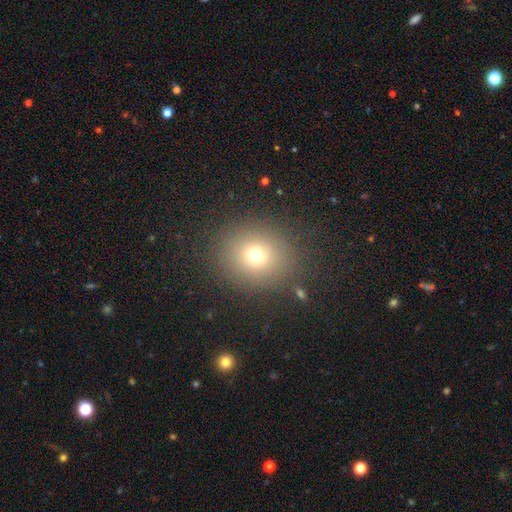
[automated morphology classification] A smooth galaxy with no disk features (70%) that is round (79%). Merging: none (86%).